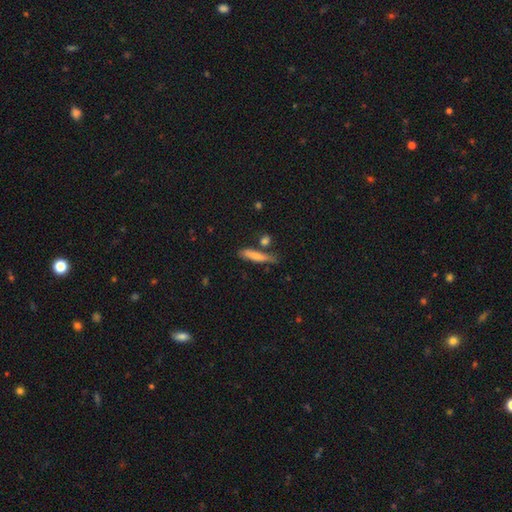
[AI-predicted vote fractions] Smooth or featured? smooth (74%)
How rounded? cigar-shaped (83%)
Merging? none (65%)